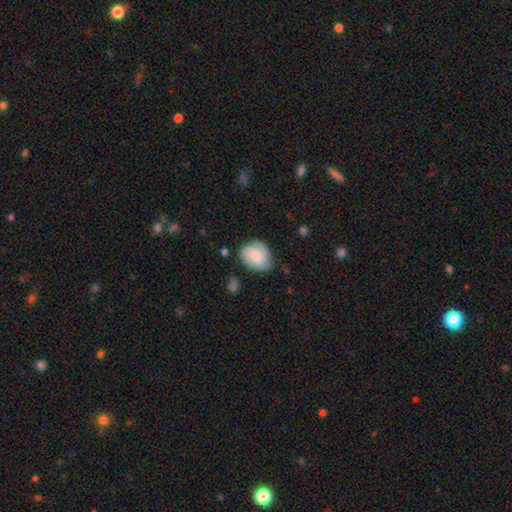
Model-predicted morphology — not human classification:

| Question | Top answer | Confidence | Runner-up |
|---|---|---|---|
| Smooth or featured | smooth | 65% | featured or disk (28%) |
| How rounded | in between | 54% | round (45%) |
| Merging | none | 64% | minor disturbance (27%) |